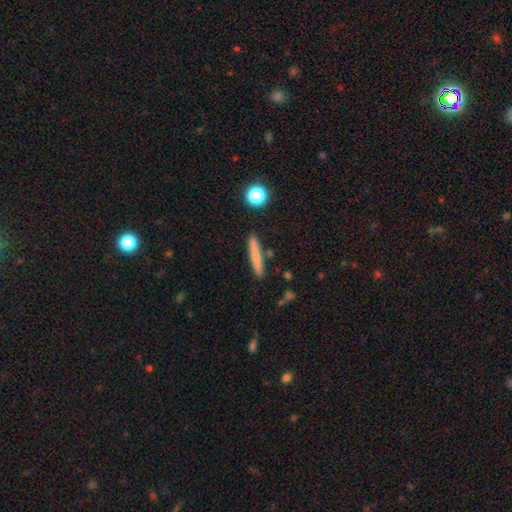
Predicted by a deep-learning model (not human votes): Morphology: type=smooth (72%); roundness=cigar-shaped (93%); merging=none (87%).